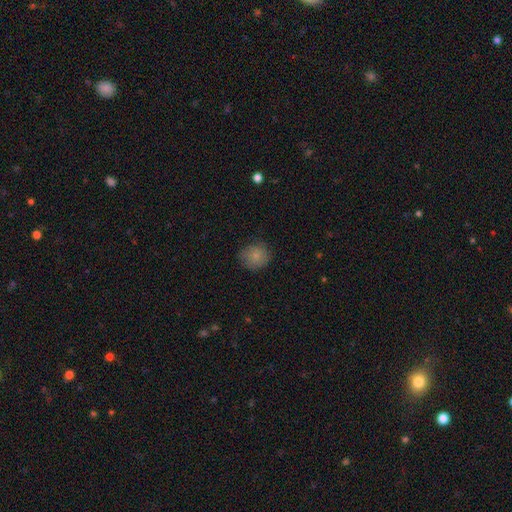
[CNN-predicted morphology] smooth_or_featured: smooth (p=0.83) [alt: star or artifact p=0.09]
how_rounded: round (p=0.81) [alt: in between p=0.18]
merging: none (p=0.79) [alt: minor disturbance p=0.16]